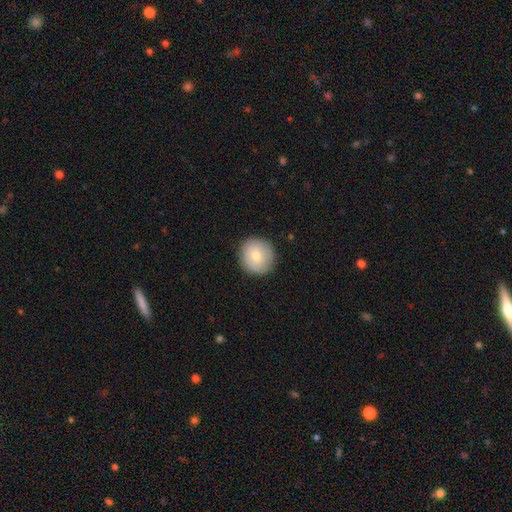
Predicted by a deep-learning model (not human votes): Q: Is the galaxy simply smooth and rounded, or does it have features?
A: smooth — 72%.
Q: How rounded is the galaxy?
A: round — 94%.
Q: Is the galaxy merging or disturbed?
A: none — 89%.